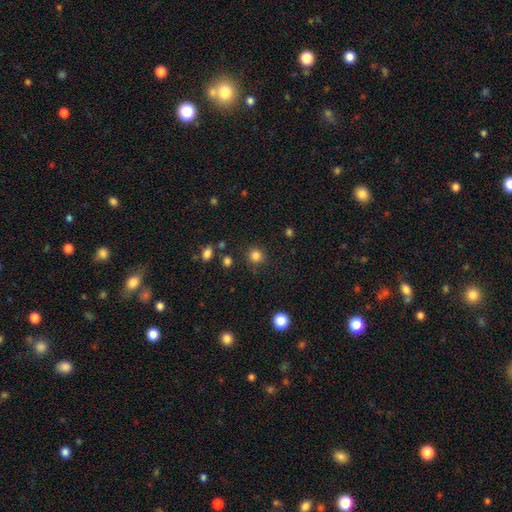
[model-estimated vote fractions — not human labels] Smooth or featured: smooth — 84% (star or artifact — 12%)
How rounded: round — 91% (in between — 8%)
Merging: none — 87% (minor disturbance — 8%)